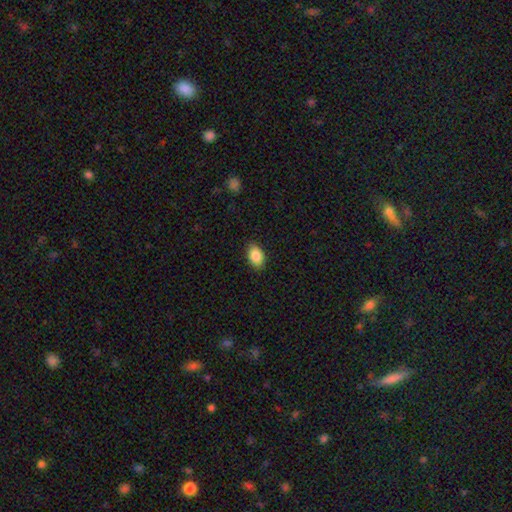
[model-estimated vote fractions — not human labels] This appears to be a smooth galaxy with no disk features (87%) that is in between round and cigar-shaped (88%). Merging: none (88%).